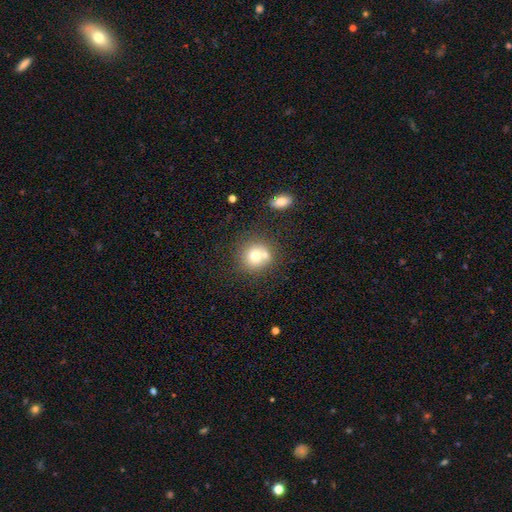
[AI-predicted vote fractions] This appears to be a smooth galaxy with no disk features (71%) that is round (86%). Merging: none (51%).